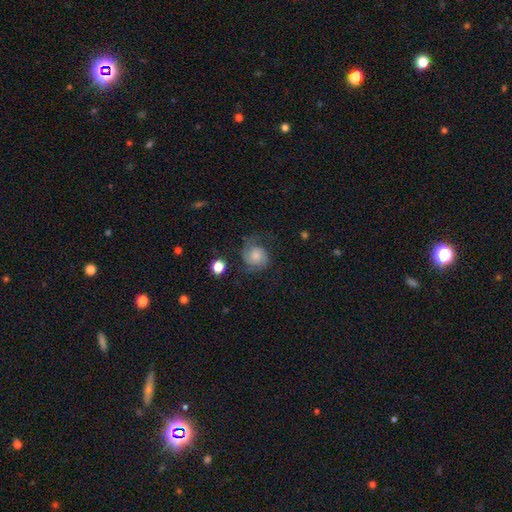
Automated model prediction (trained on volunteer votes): A featured or disk galaxy (49%).

Vote fractions:
- Smooth or featured? featured or disk: 49% / smooth: 41% / star or artifact: 10%
- Merging? none: 56% / minor disturbance: 23% / major disturbance: 19% / merger: 2%